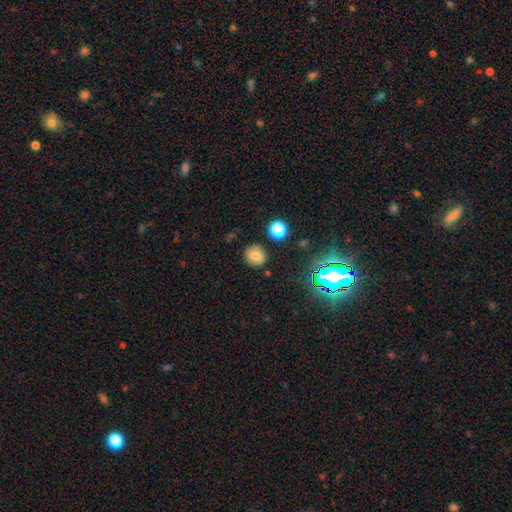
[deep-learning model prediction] This appears to be a smooth galaxy with no disk features (73%) that is round (77%). Merging: none (85%).